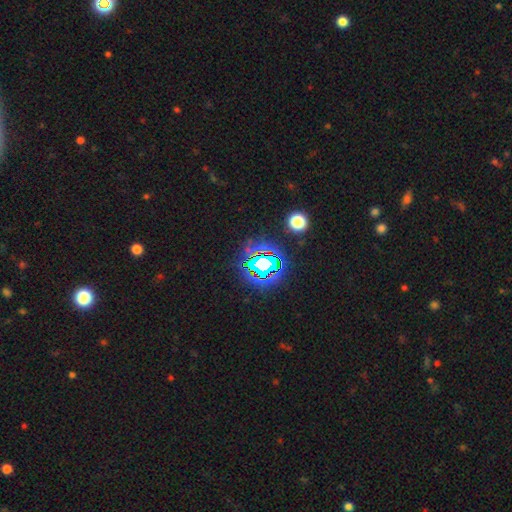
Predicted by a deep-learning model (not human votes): Smooth or featured: star or artifact — 82% (smooth — 11%)